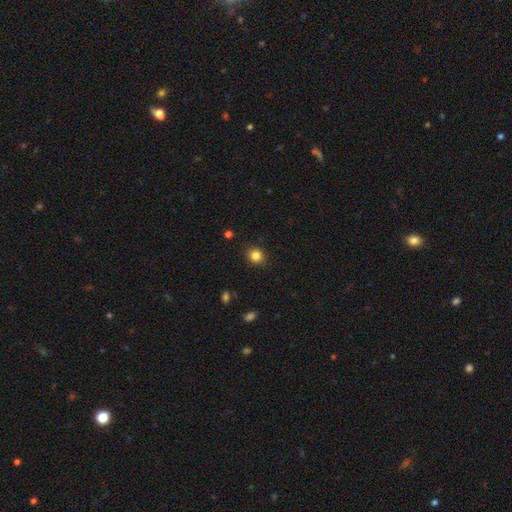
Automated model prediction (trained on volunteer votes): A smooth galaxy with no disk features (83%) that is round (78%).

Vote fractions:
- Smooth or featured? smooth: 83% / star or artifact: 11% / featured or disk: 5%
- How rounded? round: 78% / in between: 21% / cigar-shaped: 1%
- Merging? none: 89% / minor disturbance: 7% / major disturbance: 2% / merger: 1%